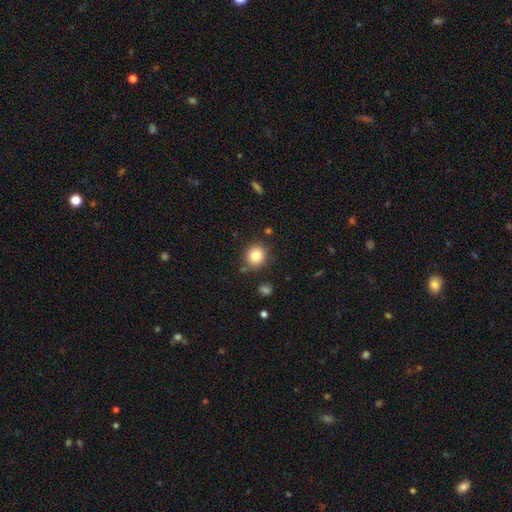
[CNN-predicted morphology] This appears to be a smooth galaxy with no disk features (83%) that is round (83%). Merging: none (84%).